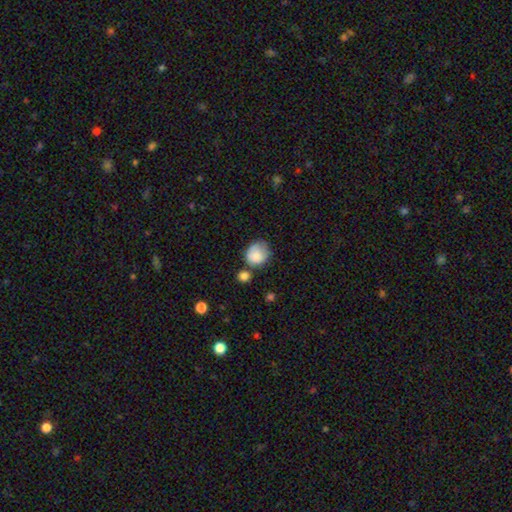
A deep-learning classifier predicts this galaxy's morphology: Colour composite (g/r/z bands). It shows a smooth galaxy with no disk features (82%) that is round (71%). Merging: none (49%).